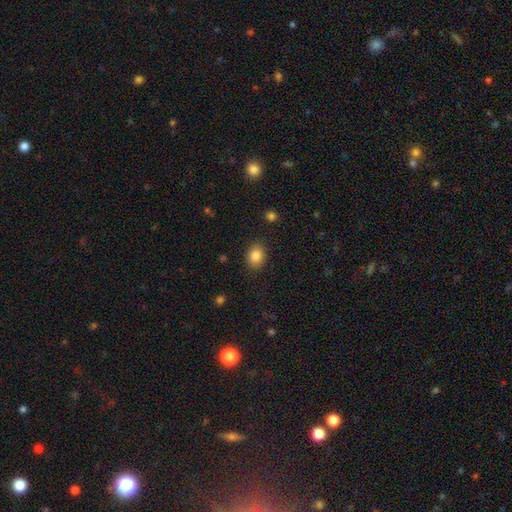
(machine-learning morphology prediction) This appears to be a smooth galaxy with no disk features (85%) that is in between round and cigar-shaped (57%). Merging: none (87%).